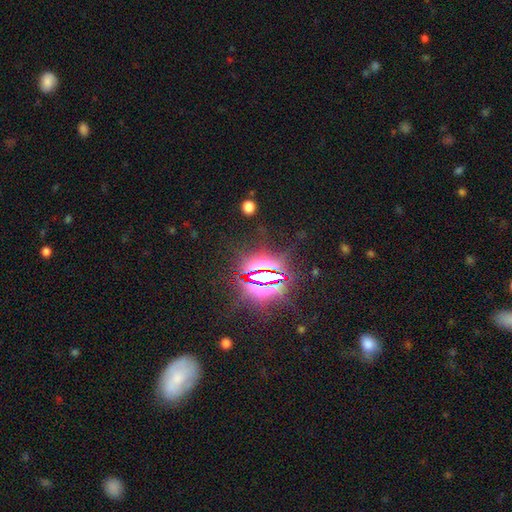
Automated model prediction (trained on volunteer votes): Smooth or featured? Predicted: star or artifact (p=0.83).